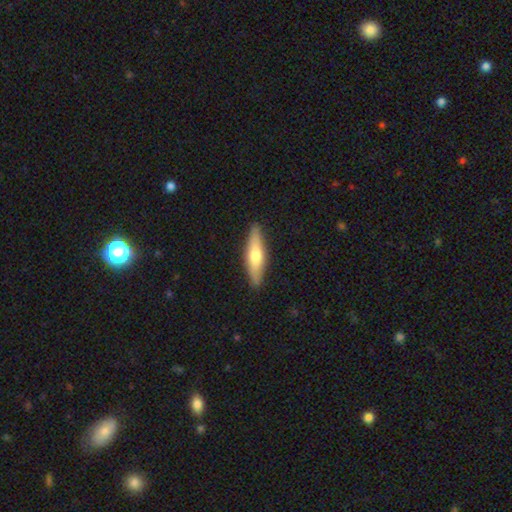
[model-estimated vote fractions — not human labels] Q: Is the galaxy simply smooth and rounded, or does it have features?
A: smooth — 56%.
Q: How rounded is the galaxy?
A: cigar-shaped — 75%.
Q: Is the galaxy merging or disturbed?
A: none — 89%.